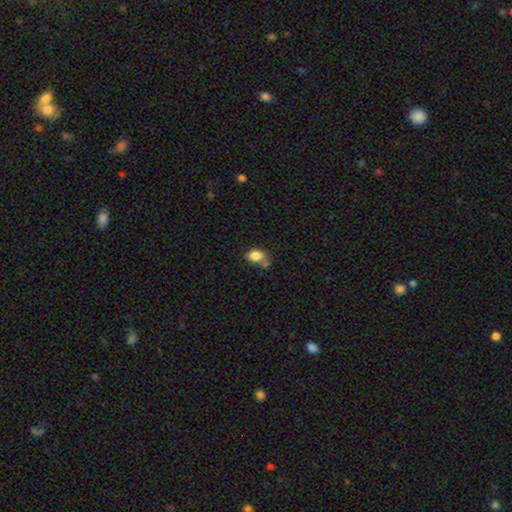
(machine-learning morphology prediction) type=smooth (83%); roundness=in between (76%); merging=none (52%).